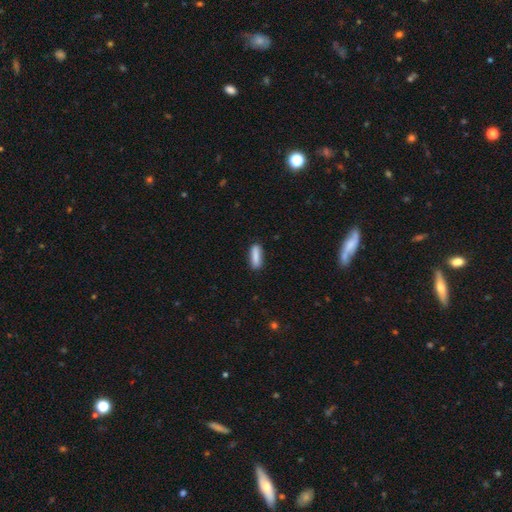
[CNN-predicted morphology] smooth-or-featured: smooth: 87% | featured or disk: 7% | star or artifact: 7%
  how-rounded: cigar-shaped: 58% | in between: 40% | round: 2%
  merging: none: 86% | minor disturbance: 11% | major disturbance: 2% | merger: 1%